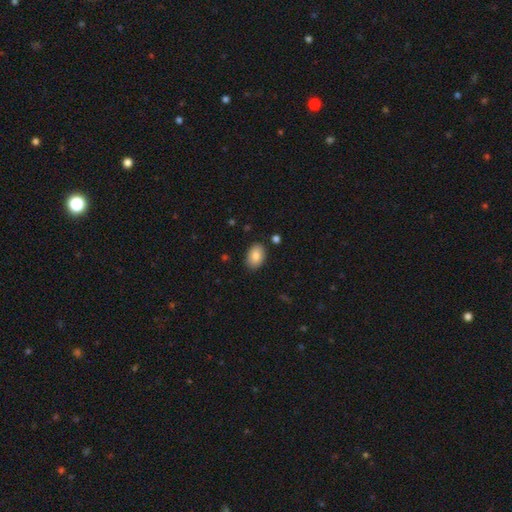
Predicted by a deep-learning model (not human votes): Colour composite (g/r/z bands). It shows a smooth galaxy with no disk features (84%) that is in between round and cigar-shaped (86%). Merging: none (87%).